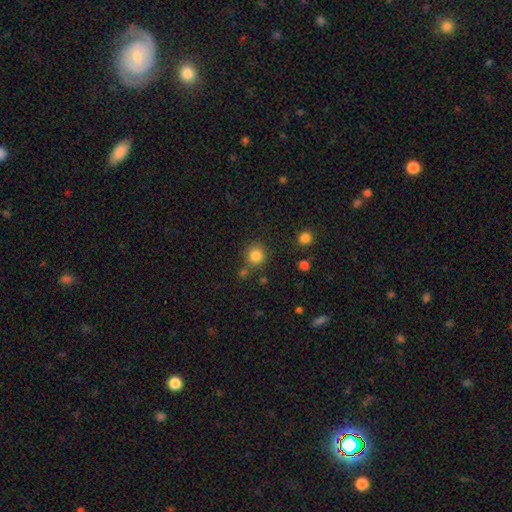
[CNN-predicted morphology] smooth-or-featured: smooth: 84% | star or artifact: 11% | featured or disk: 5%
  how-rounded: round: 92% | in between: 7% | cigar-shaped: 1%
  merging: none: 79% | minor disturbance: 10% | merger: 8% | major disturbance: 4%